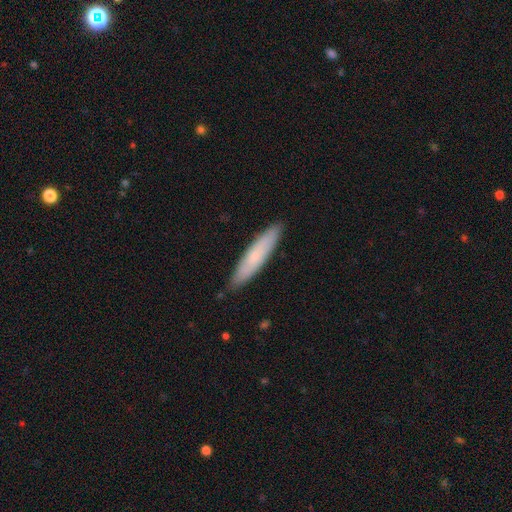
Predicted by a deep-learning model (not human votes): smooth 67%, featured or disk 27%, star or artifact 6%. Down the decision tree: how rounded — cigar-shaped (83%); merging — none (86%).